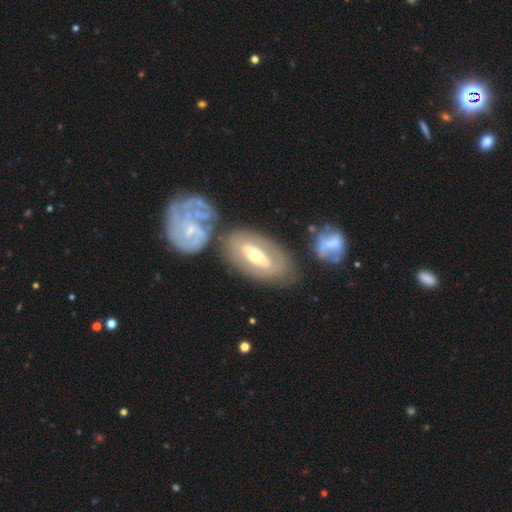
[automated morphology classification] Smooth or featured: featured or disk — 69% (smooth — 25%)
Edge-on disk: no — 87% (yes — 13%)
Bar: strong — 34% (tied with weak — 34%)
Spiral arms: yes — 63% (no — 37%)
Bulge size: moderate — 61% (small — 28%)
Merging: none — 60% (minor disturbance — 16%)